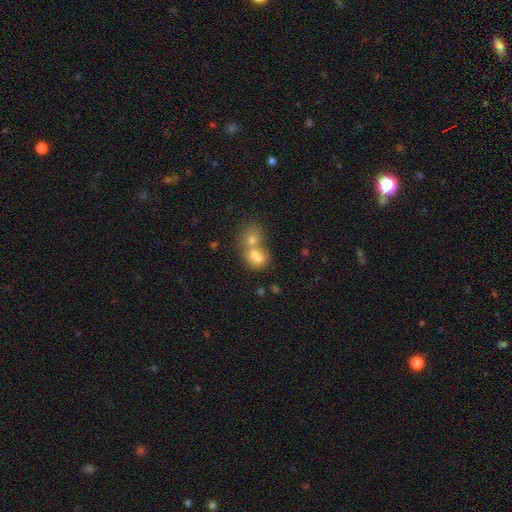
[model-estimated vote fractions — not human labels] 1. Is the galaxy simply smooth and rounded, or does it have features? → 67% smooth, 21% featured or disk, 12% star or artifact.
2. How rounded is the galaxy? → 56% round, 43% in between, 1% cigar-shaped.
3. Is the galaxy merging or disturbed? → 70% merger, 21% none, 5% minor disturbance, 3% major disturbance.